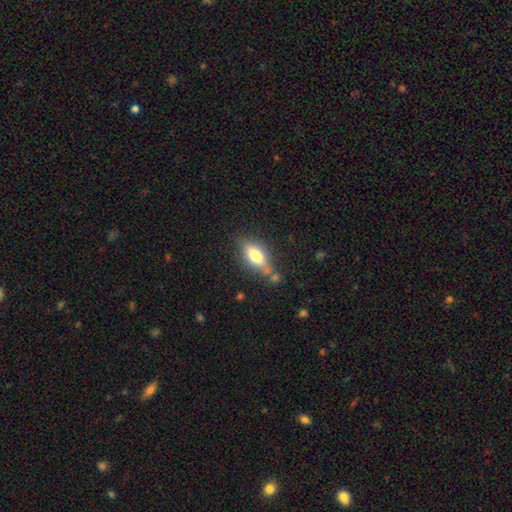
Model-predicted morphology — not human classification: A smooth galaxy with no disk features (71%) that is in between round and cigar-shaped (82%). Merging: none (63%).